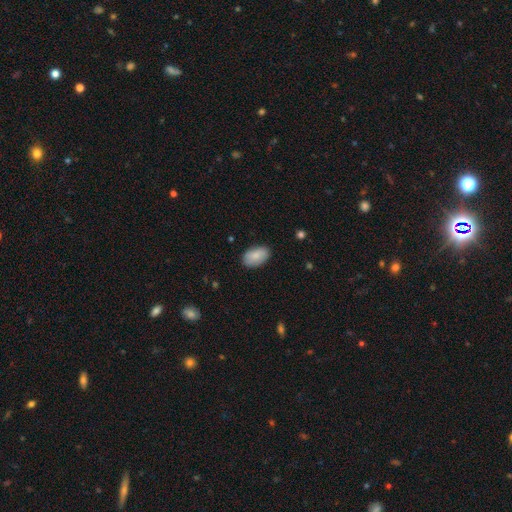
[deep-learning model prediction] The model was most divided on "merging": none: 83%, minor disturbance: 13%, major disturbance: 3%, merger: 1%. More confident: how rounded — in between (93%); smooth or featured — smooth (85%).